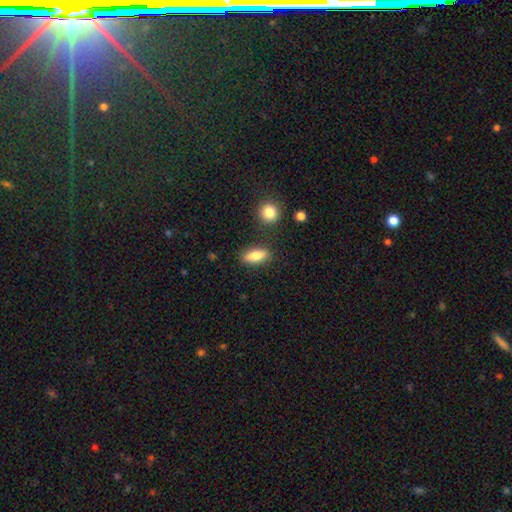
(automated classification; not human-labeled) Smooth or featured? Predicted: smooth (p=0.81). How rounded? Predicted: in between (p=0.79). Merging? Predicted: none (p=0.85).